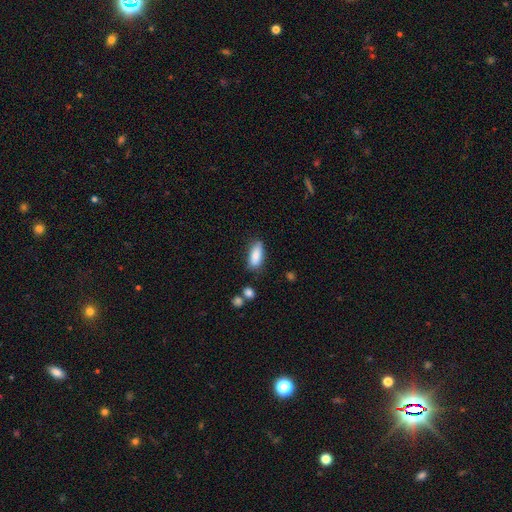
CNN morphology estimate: smooth_or_featured: smooth (p=0.87) [alt: featured or disk p=0.07]
how_rounded: in between (p=0.77) [alt: cigar-shaped p=0.20]
merging: none (p=0.78) [alt: minor disturbance p=0.15]